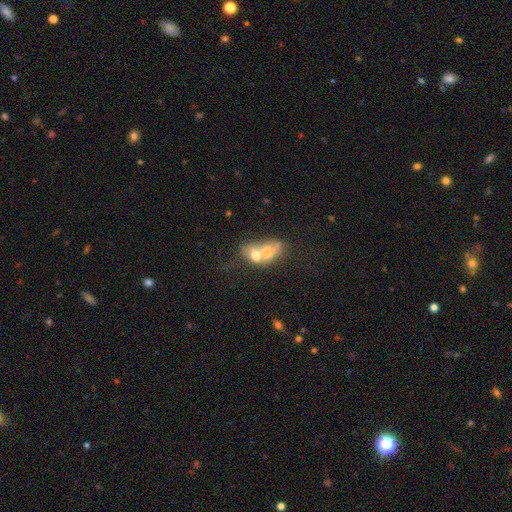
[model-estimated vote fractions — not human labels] This is possibly a smooth galaxy (55%). How rounded: likely in between (72%). Merging: likely merger (77%).